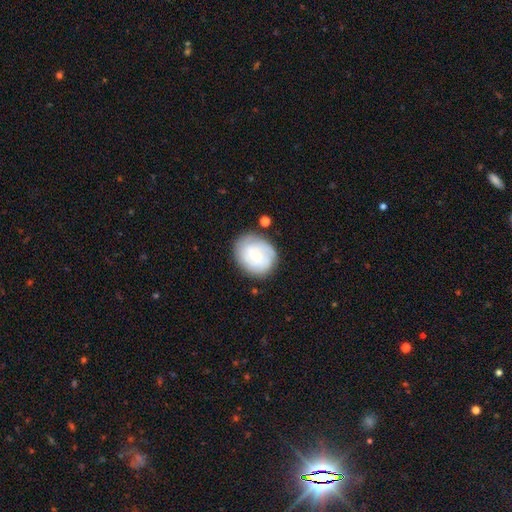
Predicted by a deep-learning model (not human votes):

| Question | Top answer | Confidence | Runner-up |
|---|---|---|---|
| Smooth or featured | featured or disk | 56% | smooth (38%) |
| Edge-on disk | no | 97% | yes (3%) |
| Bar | no | 72% | weak (24%) |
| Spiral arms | yes | 79% | no (21%) |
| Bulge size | small | 56% | moderate (39%) |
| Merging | none | 76% | minor disturbance (17%) |